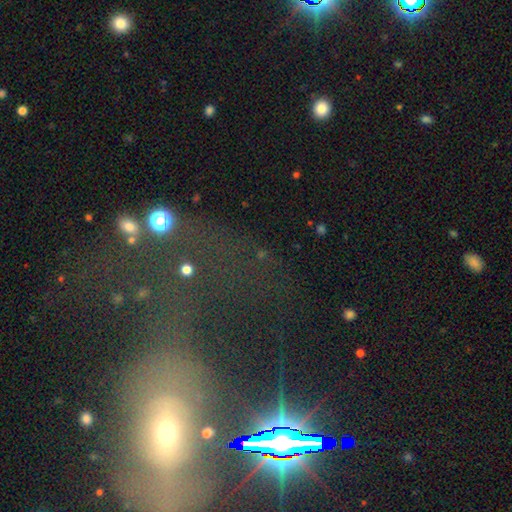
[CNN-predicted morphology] Overall: star or artifact (51%; smooth 25%).